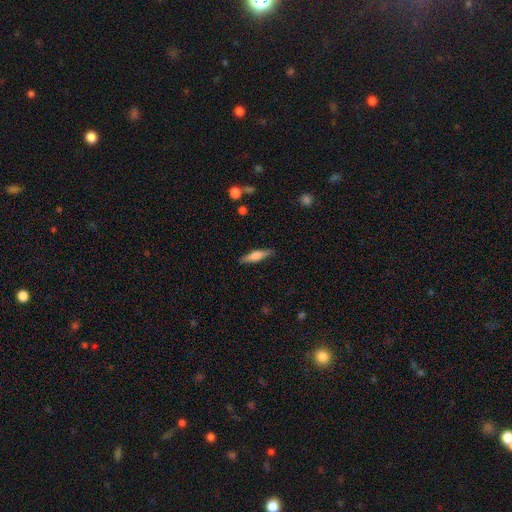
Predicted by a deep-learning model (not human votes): The model was most divided on "smooth or featured": smooth: 51%, featured or disk: 42%, star or artifact: 6%. More confident: merging — none (87%); how rounded — cigar-shaped (75%).